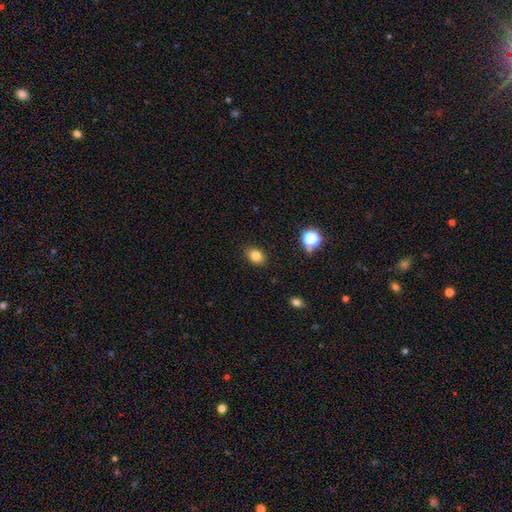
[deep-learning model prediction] smooth_or_featured: smooth (p=0.81) [alt: star or artifact p=0.12]
how_rounded: in between (p=0.71) [alt: round p=0.28]
merging: none (p=0.87) [alt: minor disturbance p=0.09]